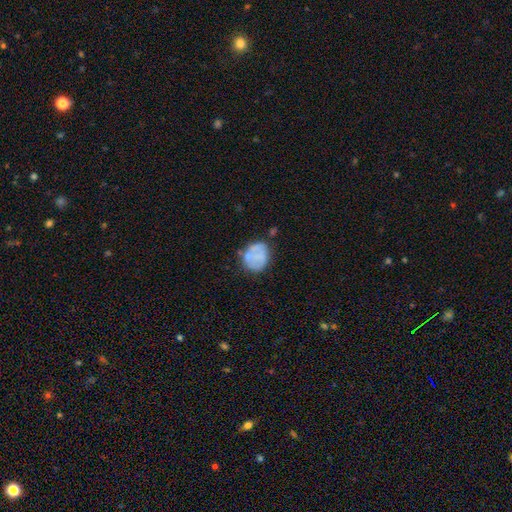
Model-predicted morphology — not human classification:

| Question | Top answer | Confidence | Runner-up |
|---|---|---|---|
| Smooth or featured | smooth | 62% | featured or disk (29%) |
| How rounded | round | 63% | in between (36%) |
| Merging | none | 55% | minor disturbance (26%) |